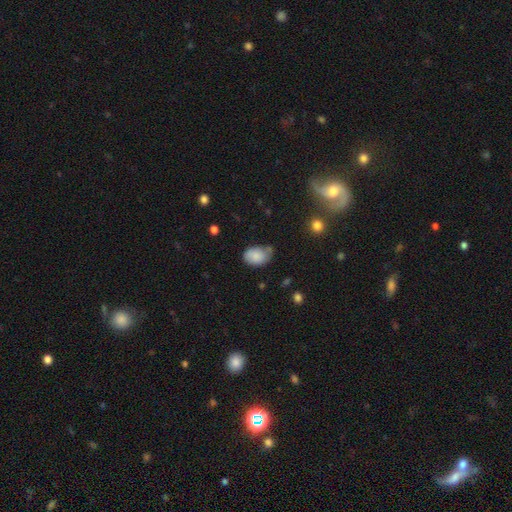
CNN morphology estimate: This appears to be a smooth galaxy with no disk features (81%) that is in between round and cigar-shaped (80%). Merging: none (49%).